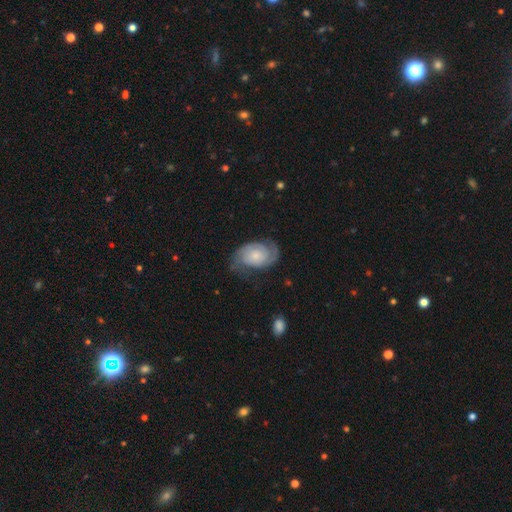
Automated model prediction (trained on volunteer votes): A featured or disk galaxy (73%) with no bar (75%), 2 (77%) tight (45%) spiral arms (93%) and a small central bulge (54%). Merging: none (61%).